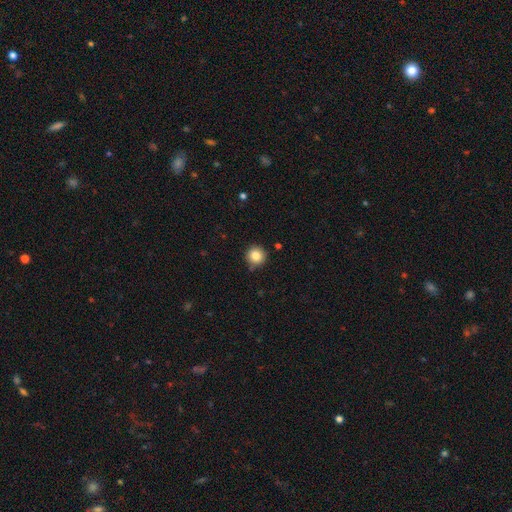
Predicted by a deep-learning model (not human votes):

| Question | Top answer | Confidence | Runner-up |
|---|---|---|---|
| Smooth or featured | smooth | 84% | star or artifact (10%) |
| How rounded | round | 95% | in between (4%) |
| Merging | none | 87% | minor disturbance (9%) |